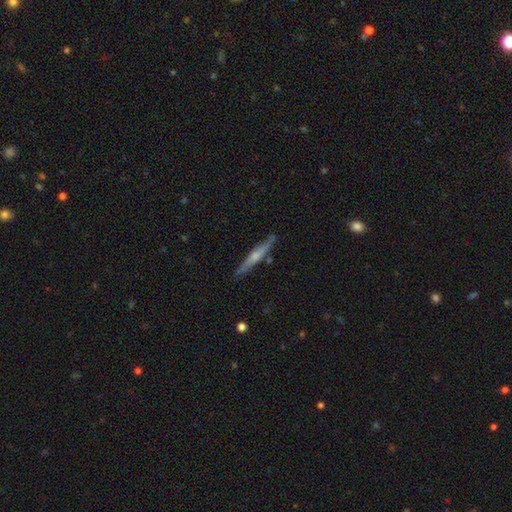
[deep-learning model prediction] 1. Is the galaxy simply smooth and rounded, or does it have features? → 57% featured or disk, 37% smooth, 6% star or artifact.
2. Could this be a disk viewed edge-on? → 96% yes, 4% no.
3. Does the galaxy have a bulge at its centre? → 67% rounded, 25% none, 8% boxy.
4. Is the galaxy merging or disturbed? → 86% none, 10% minor disturbance, 2% merger, 2% major disturbance.